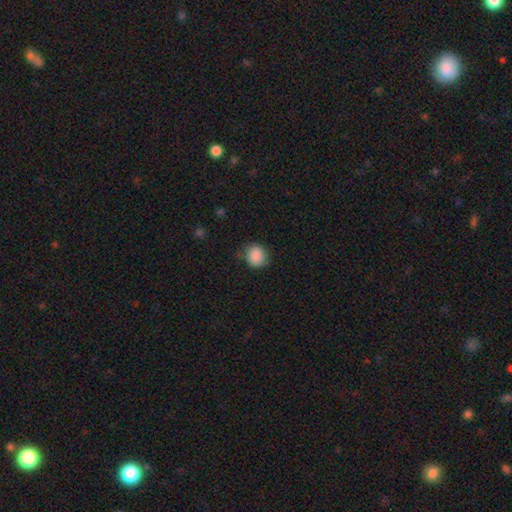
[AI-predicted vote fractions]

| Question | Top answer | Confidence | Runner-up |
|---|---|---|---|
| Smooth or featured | smooth | 87% | star or artifact (8%) |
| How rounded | round | 77% | in between (22%) |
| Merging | none | 76% | minor disturbance (18%) |